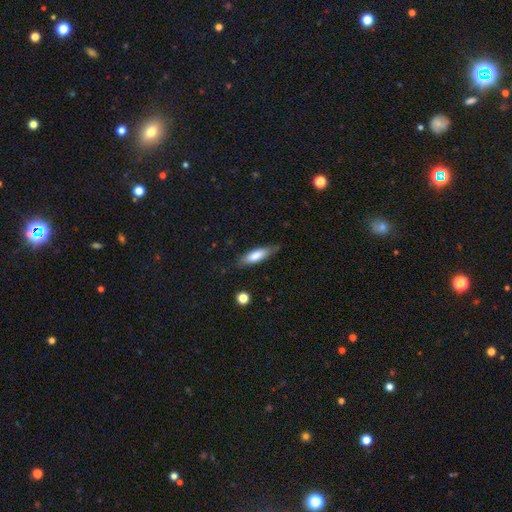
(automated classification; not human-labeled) Morphology: type=smooth (73%); roundness=cigar-shaped (54%); merging=none (75%).